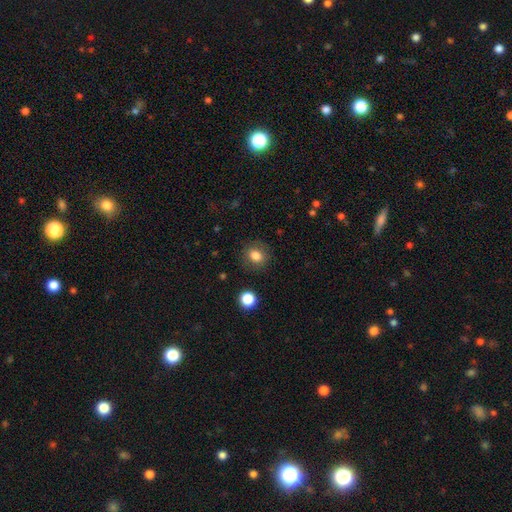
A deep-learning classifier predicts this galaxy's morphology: Q: Smooth or featured?
A: smooth (81%); runner-up: star or artifact (11%)
Q: How rounded?
A: round (70%); runner-up: in between (29%)
Q: Merging?
A: none (86%); runner-up: minor disturbance (9%)